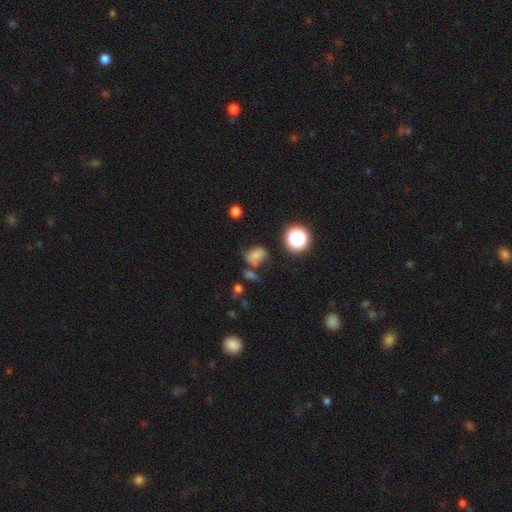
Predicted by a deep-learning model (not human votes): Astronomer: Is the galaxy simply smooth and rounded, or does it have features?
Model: smooth — 67%.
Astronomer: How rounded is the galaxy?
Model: in between — 61% (runner-up: round, 38%).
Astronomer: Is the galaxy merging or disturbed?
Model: none — 47% (runner-up: minor disturbance, 26%).